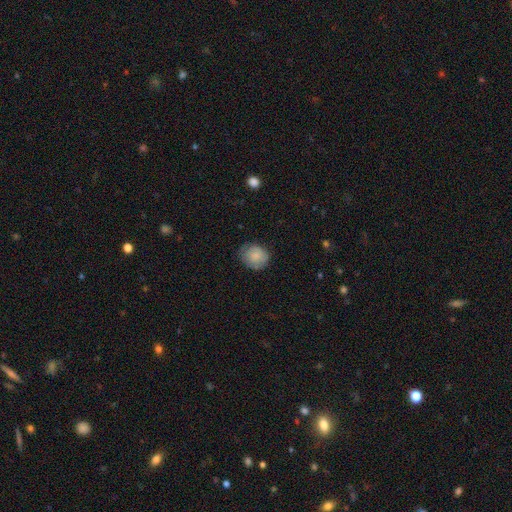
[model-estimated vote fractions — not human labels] Morphology: type=smooth (78%); roundness=round (65%); merging=none (72%).